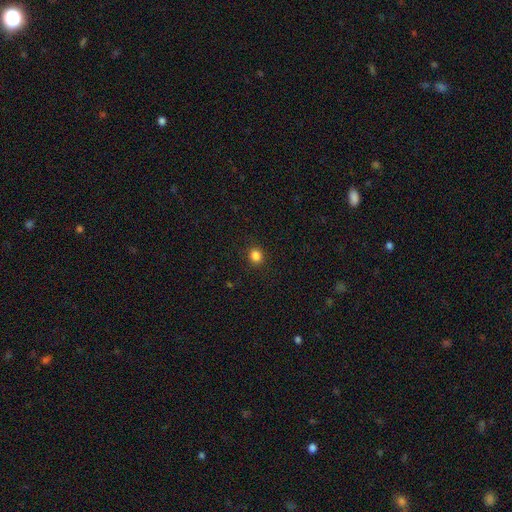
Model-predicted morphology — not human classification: Smooth or featured? smooth (84%)
How rounded? round (83%)
Merging? none (91%)